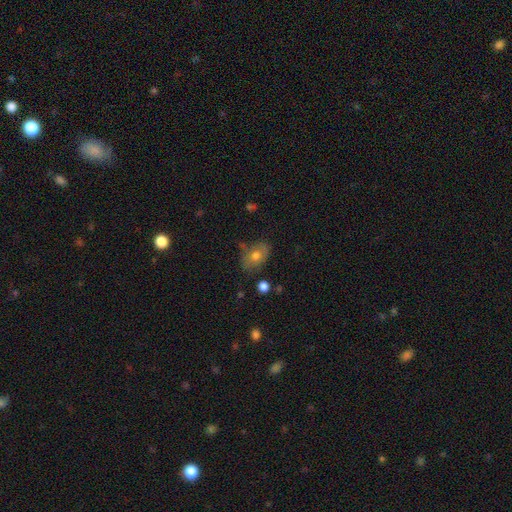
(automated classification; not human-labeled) Smooth or featured: smooth — 68% (featured or disk — 22%)
How rounded: in between — 77% (round — 21%)
Merging: none — 72% (minor disturbance — 20%)